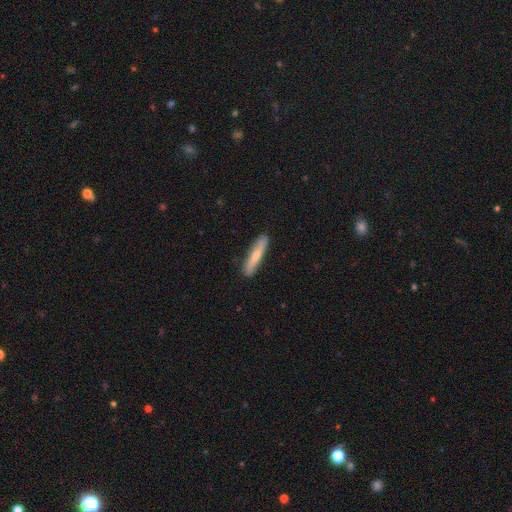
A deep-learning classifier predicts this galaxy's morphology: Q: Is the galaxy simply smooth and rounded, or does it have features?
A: smooth — 68%.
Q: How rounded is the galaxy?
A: cigar-shaped — 89%.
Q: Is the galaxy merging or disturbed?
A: none — 88%.